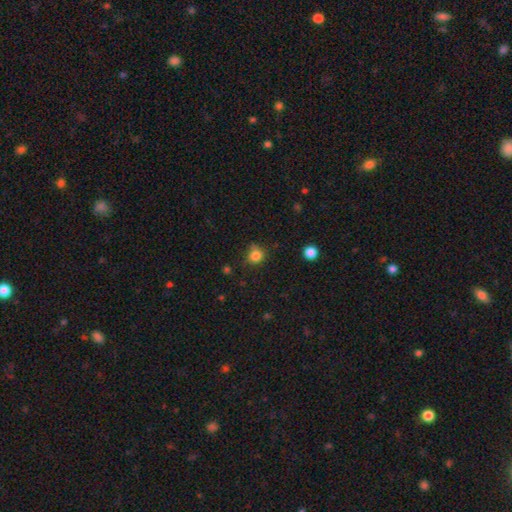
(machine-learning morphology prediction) Smooth or featured? Predicted: smooth (p=0.82). How rounded? Predicted: round (p=0.84). Merging? Predicted: none (p=0.70).